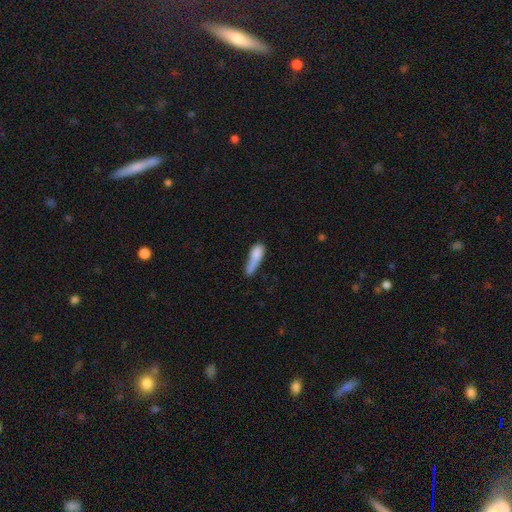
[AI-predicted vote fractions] smooth_or_featured: smooth (p=0.76) [alt: featured or disk p=0.16]
how_rounded: cigar-shaped (p=0.54) [alt: in between p=0.42]
merging: none (p=0.29) [alt: merger p=0.28]